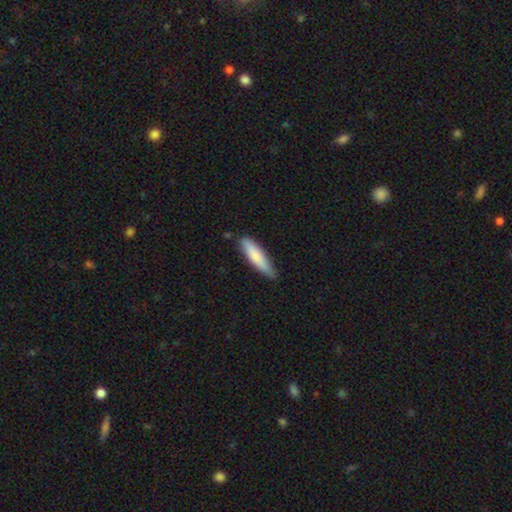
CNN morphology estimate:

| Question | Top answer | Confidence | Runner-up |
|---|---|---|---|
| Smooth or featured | smooth | 80% | featured or disk (14%) |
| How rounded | cigar-shaped | 75% | in between (24%) |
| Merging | none | 74% | minor disturbance (21%) |